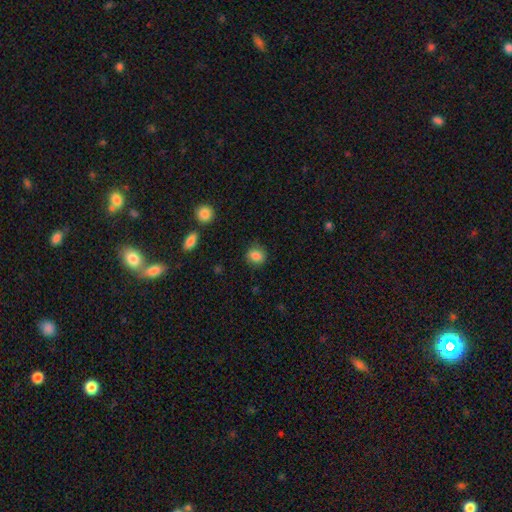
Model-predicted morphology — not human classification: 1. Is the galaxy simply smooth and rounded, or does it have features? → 85% smooth, 10% star or artifact, 5% featured or disk.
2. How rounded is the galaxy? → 75% round, 23% in between, 1% cigar-shaped.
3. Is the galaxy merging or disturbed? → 85% none, 11% minor disturbance, 3% major disturbance, 1% merger.